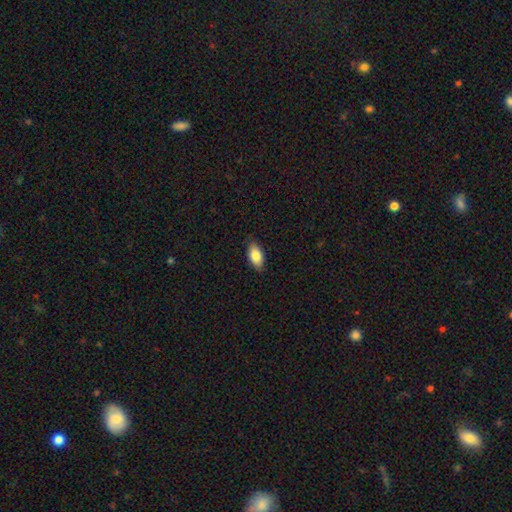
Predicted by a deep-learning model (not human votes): Overall: smooth (84%). How rounded: in between (91%). Merging: none (85%).